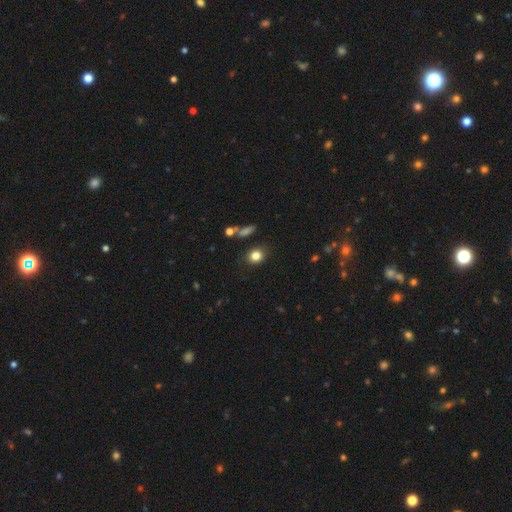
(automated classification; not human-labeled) This is clearly a smooth galaxy (83%). How rounded: likely round (66%). Merging: clearly none (81%).